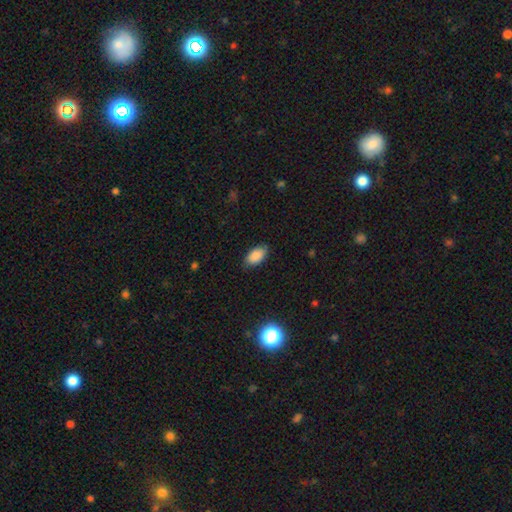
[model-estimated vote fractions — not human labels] Q: Smooth or featured?
A: smooth (87%); runner-up: star or artifact (8%)
Q: How rounded?
A: in between (94%); runner-up: round (4%)
Q: Merging?
A: none (83%); runner-up: minor disturbance (13%)